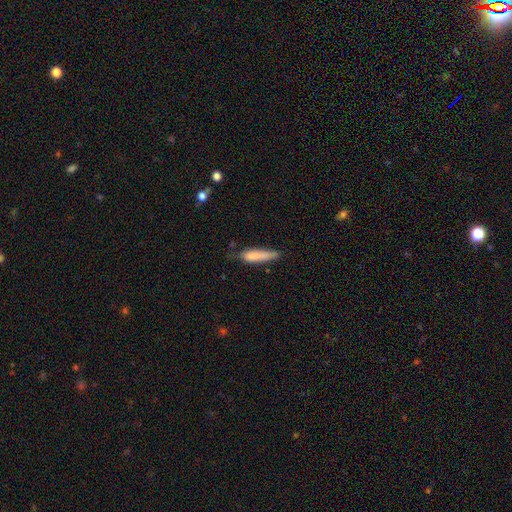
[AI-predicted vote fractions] smooth 80%, featured or disk 14%, star or artifact 7%. Down the decision tree: how rounded — cigar-shaped (77%); merging — none (53%).